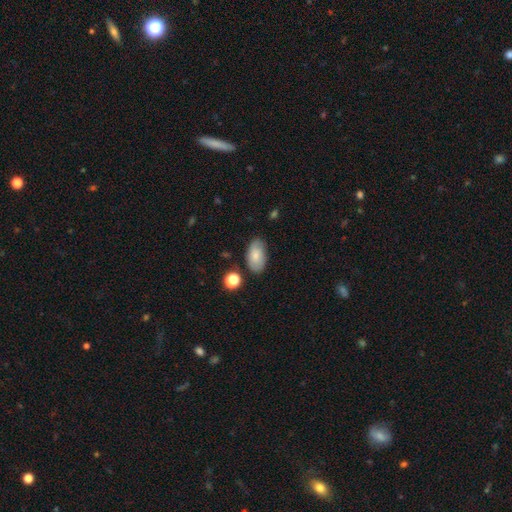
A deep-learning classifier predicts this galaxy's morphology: type=smooth (74%); roundness=in between (93%); merging=none (75%).